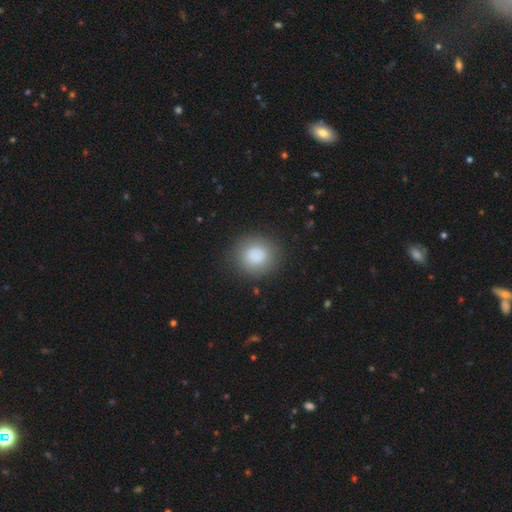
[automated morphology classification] This is clearly a smooth galaxy (84%). How rounded: clearly round (85%). Merging: clearly none (85%).